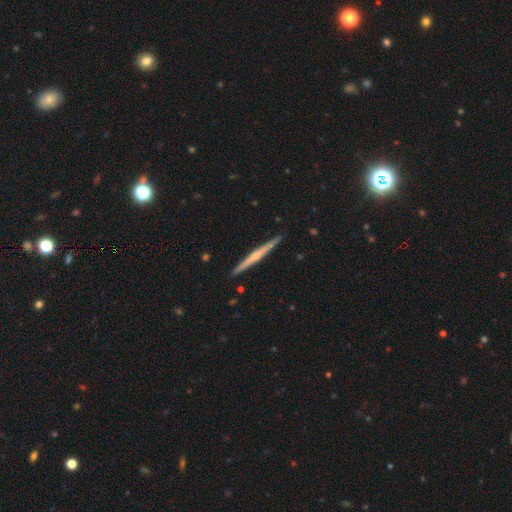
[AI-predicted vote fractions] A featured or disk galaxy (69%) viewed edge-on (98%) with a rounded central bulge (55%). Merging: none (92%).